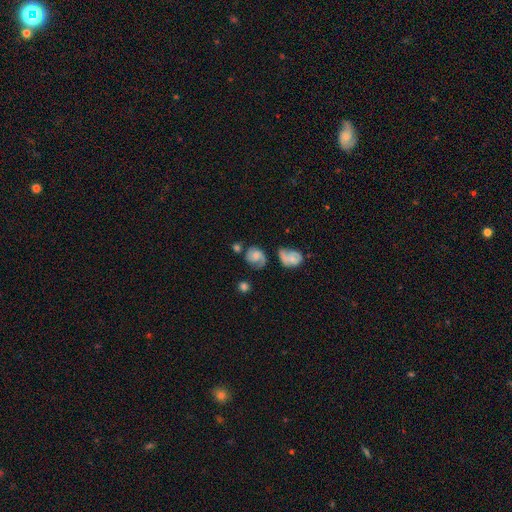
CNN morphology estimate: Q: Smooth or featured?
A: featured or disk (60%); runner-up: smooth (31%)
Q: Edge-on disk?
A: no (97%); runner-up: yes (3%)
Q: Bar?
A: no (66%); runner-up: weak (28%)
Q: Spiral arms?
A: yes (90%); runner-up: no (10%)
Q: Spiral winding?
A: medium (43%); runner-up: tight (36%)
Q: Spiral arm count?
A: 2 (61%); runner-up: 1 (24%)
Q: Bulge size?
A: moderate (42%); runner-up: small (34%)
Q: Merging?
A: none (48%); runner-up: minor disturbance (22%)